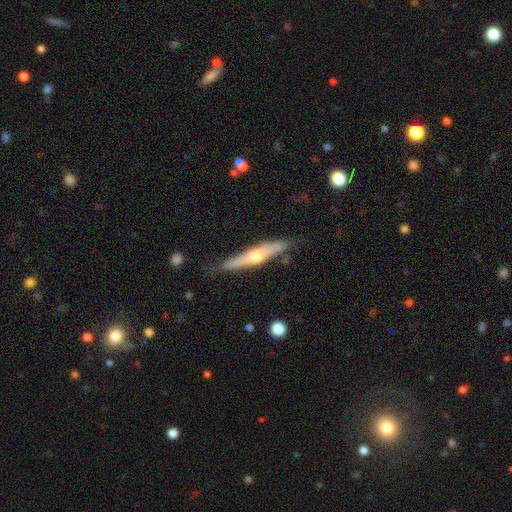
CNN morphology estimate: Smooth or featured?
  - featured or disk: 65% *
  - smooth: 30%
  - star or artifact: 5%
Edge-on disk?
  - yes: 94% *
  - no: 6%
Edge-on bulge?
  - rounded: 90% *
  - none: 6%
  - boxy: 4%
Merging?
  - none: 78% *
  - minor disturbance: 17%
  - major disturbance: 3%
  - merger: 2%